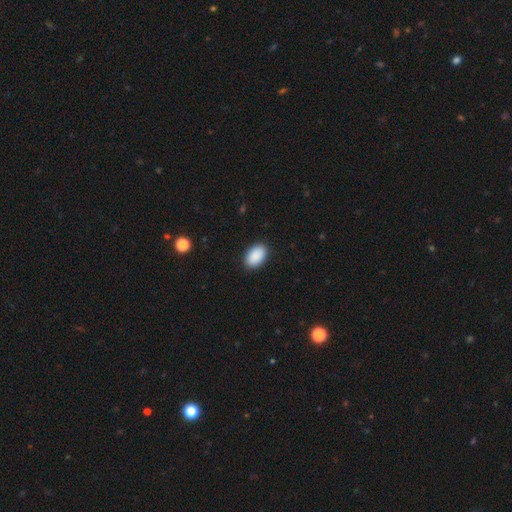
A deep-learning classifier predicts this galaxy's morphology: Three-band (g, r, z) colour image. It shows a smooth galaxy with no disk features (91%) that is in between round and cigar-shaped (91%). Merging: none (90%).